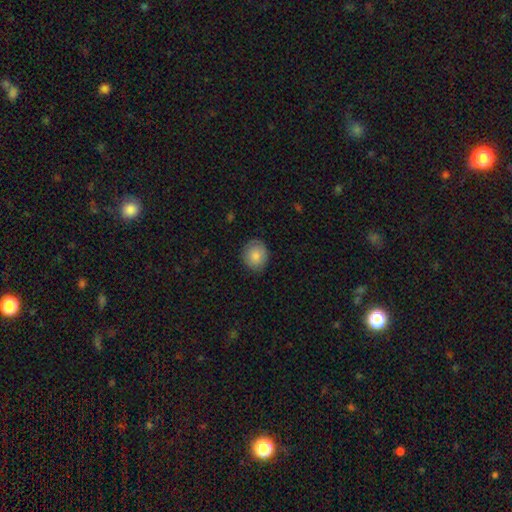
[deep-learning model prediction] This appears to be a smooth galaxy with no disk features (82%) that is round (75%). Merging: none (82%).